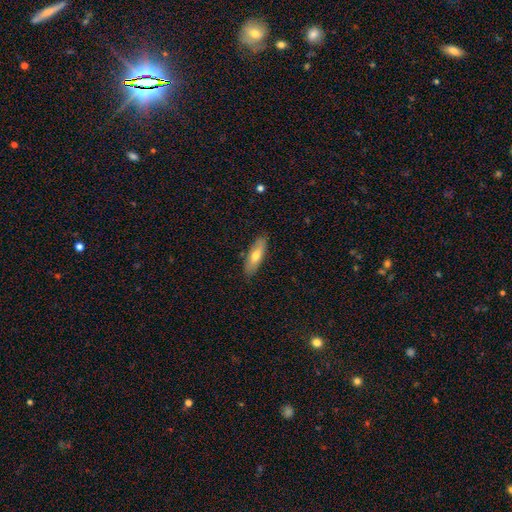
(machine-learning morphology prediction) This is likely a smooth galaxy (63%). How rounded: possibly in between (59%). Merging: clearly none (85%).